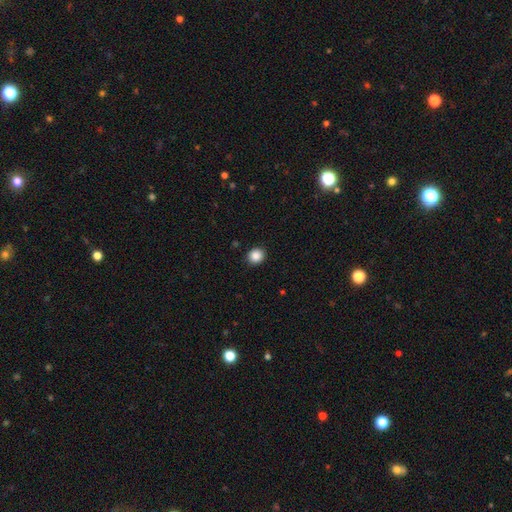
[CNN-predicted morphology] This appears to be a smooth galaxy with no disk features (88%) that is round (84%). Merging: none (91%).